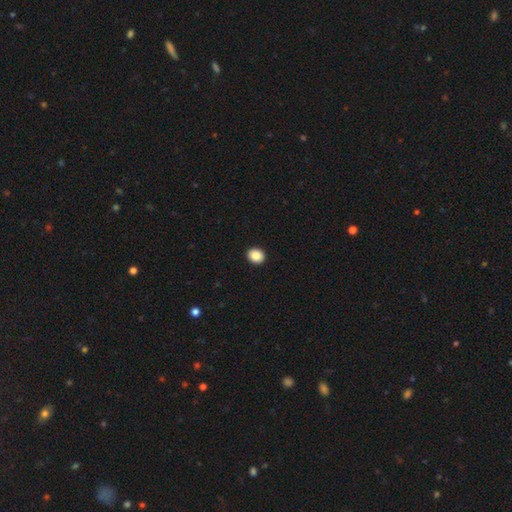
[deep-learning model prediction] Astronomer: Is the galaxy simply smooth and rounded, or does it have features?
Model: smooth — 87%.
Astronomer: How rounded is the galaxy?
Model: round — 67%.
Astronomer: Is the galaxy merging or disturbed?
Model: none — 93%.